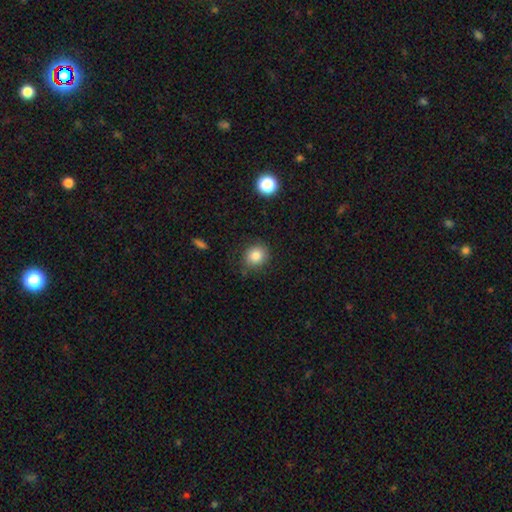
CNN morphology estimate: This appears to be a smooth galaxy with no disk features (83%) that is round (79%). Merging: none (81%).